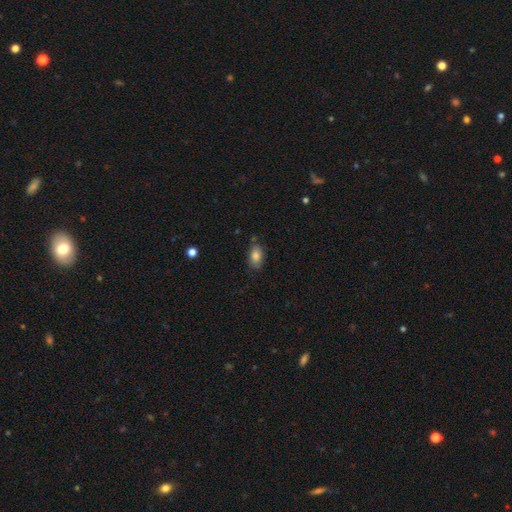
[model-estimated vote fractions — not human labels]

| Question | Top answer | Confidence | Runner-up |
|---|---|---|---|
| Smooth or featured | smooth | 82% | featured or disk (9%) |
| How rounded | in between | 89% | round (9%) |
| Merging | none | 74% | minor disturbance (19%) |